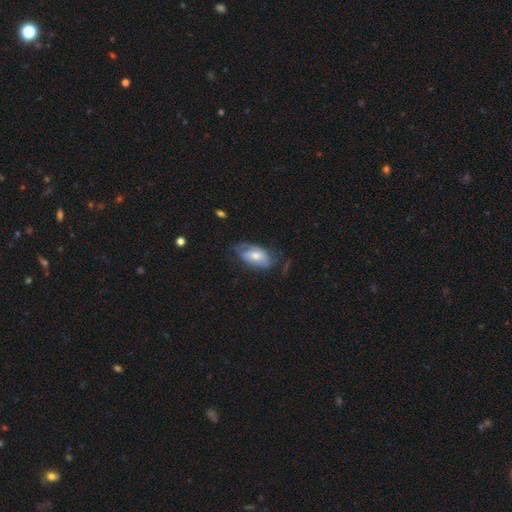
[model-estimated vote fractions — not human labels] Overall: featured or disk (54%; smooth 40%). Edge-on disk: no (92%). Merging: none (50%; minor disturbance 30%).